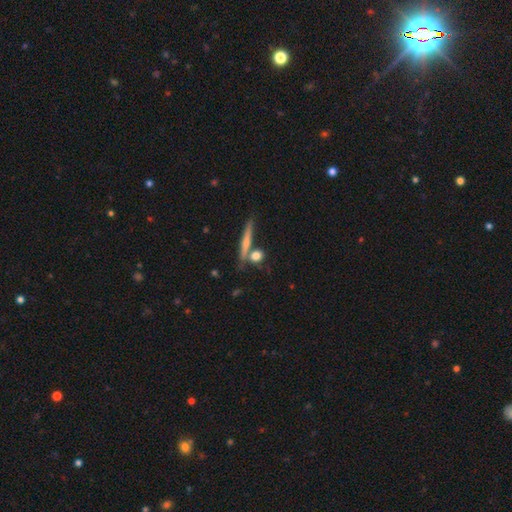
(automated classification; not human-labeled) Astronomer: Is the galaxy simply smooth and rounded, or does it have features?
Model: smooth — 66%.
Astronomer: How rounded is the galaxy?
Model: round — 53% (runner-up: cigar-shaped, 28%).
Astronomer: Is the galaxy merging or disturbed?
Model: none — 65%.